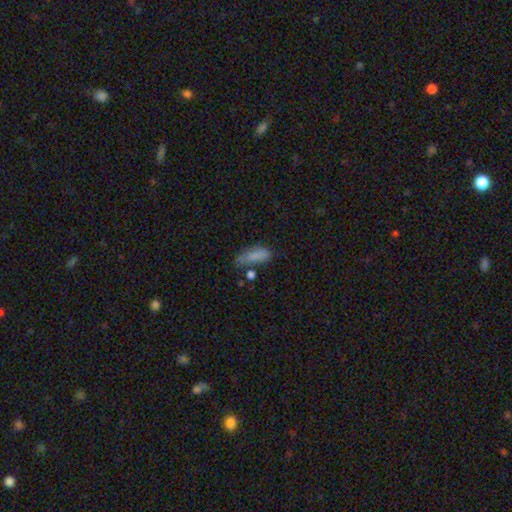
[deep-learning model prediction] Smooth or featured? smooth (79%)
How rounded? in between (62%)
Merging? none (44%)